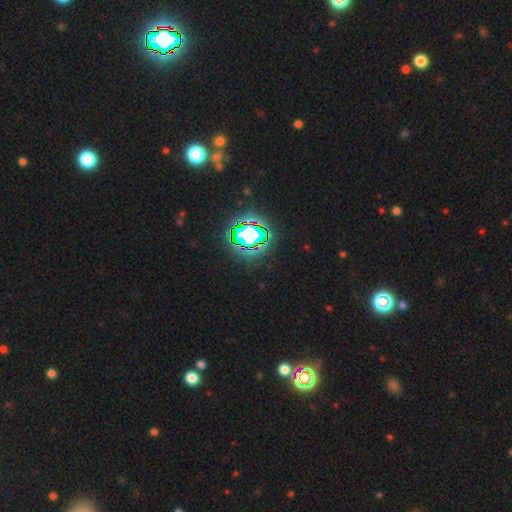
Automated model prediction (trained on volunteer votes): Smooth or featured: star or artifact — 81% (smooth — 11%)